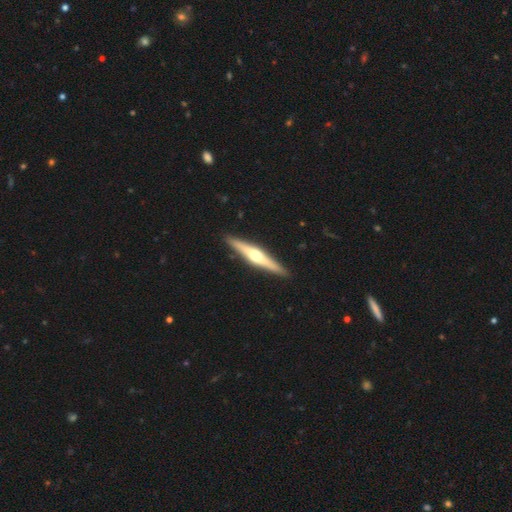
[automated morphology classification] The model was most divided on "smooth or featured": featured or disk: 70%, smooth: 25%, star or artifact: 5%. More confident: edge-on disk — yes (97%); edge-on bulge — rounded (92%); merging — none (92%).